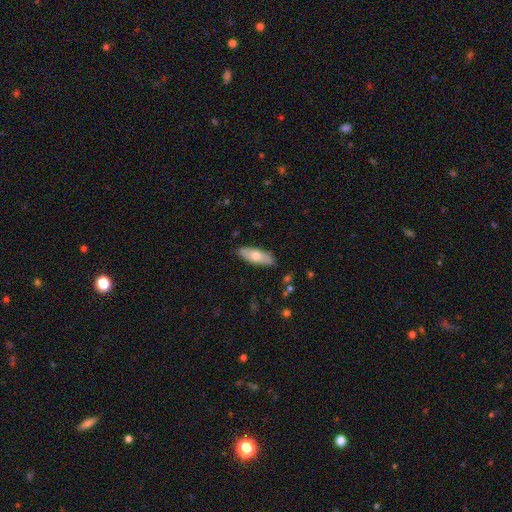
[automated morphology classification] smooth-or-featured: smooth: 65% | featured or disk: 30% | star or artifact: 6%
  how-rounded: in between: 69% | cigar-shaped: 29% | round: 2%
  merging: none: 86% | minor disturbance: 11% | major disturbance: 2% | merger: 1%